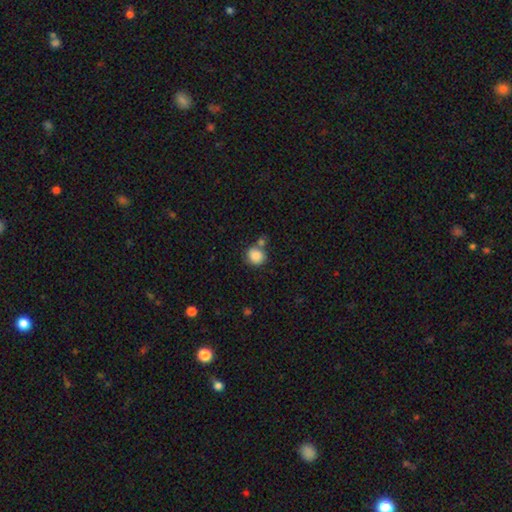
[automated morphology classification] This is clearly a smooth galaxy (86%). How rounded: likely round (79%). Merging: possibly none (55%).